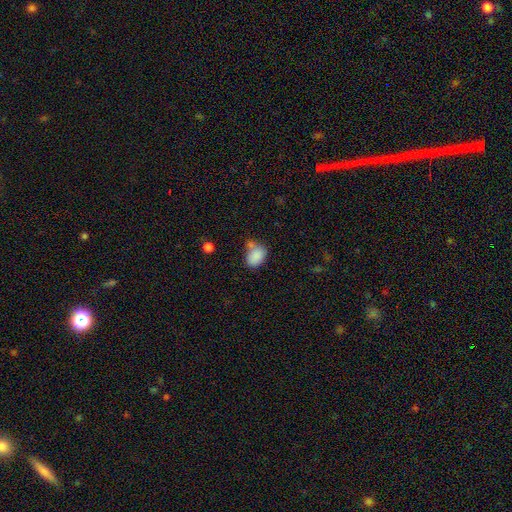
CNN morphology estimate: smooth-or-featured: smooth: 85% | star or artifact: 9% | featured or disk: 6%
  how-rounded: in between: 75% | round: 24% | cigar-shaped: 1%
  merging: none: 47% | minor disturbance: 25% | merger: 20% | major disturbance: 9%